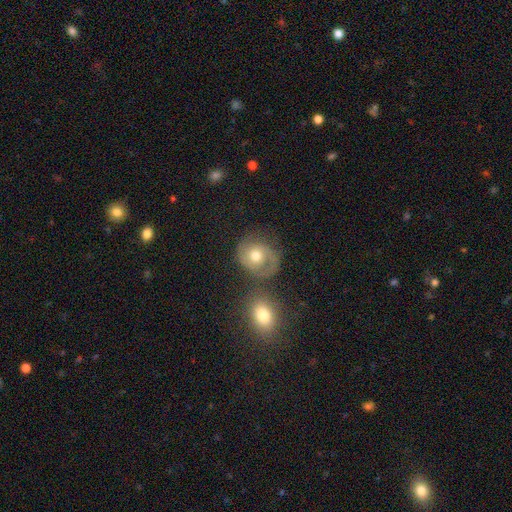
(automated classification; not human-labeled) This appears to be a featured or disk galaxy (64%) with no bar (80%), 2 (70%) tight (47%) spiral arms (84%) and a moderate central bulge (75%). Merging: none (58%).